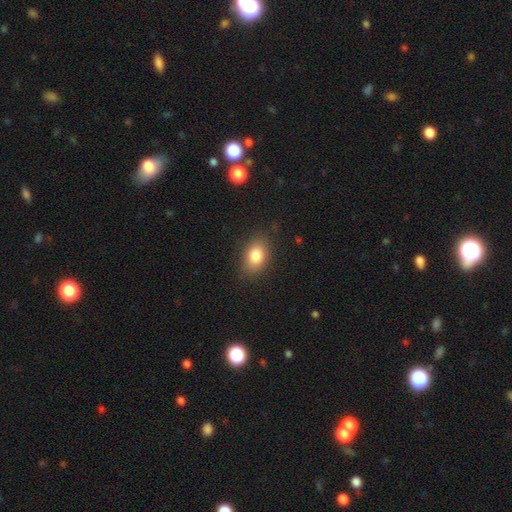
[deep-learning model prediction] smooth_or_featured: smooth (p=0.82) [alt: featured or disk p=0.09]
how_rounded: in between (p=0.83) [alt: round p=0.15]
merging: none (p=0.84) [alt: minor disturbance p=0.12]